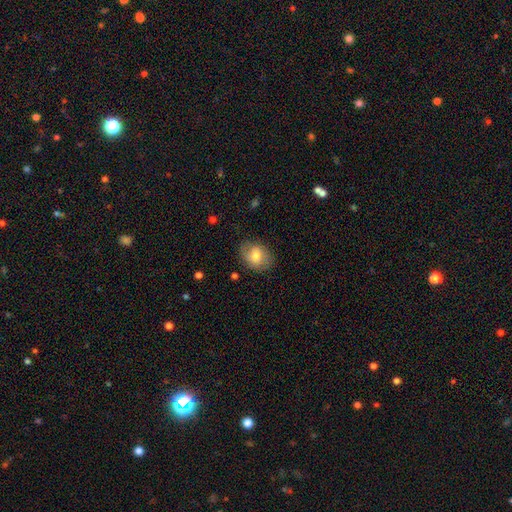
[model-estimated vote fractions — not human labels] This appears to be a smooth galaxy with no disk features (68%) that is in between round and cigar-shaped (59%). Merging: none (76%).